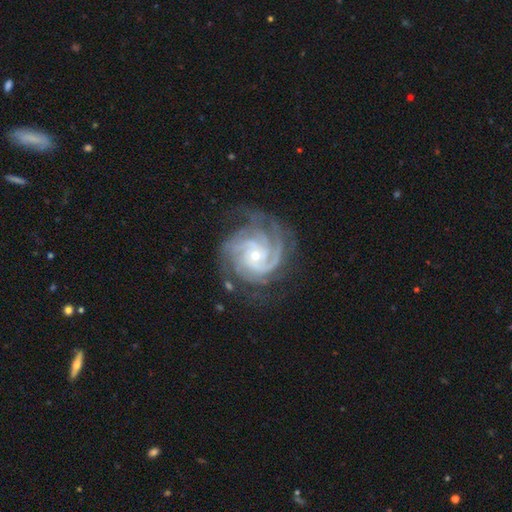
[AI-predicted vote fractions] A featured or disk galaxy (92%) with no bar (70%), 3 (36%) tight (66%) spiral arms (98%) and a small central bulge (62%).

Vote fractions:
- Smooth or featured? featured or disk: 92% / star or artifact: 5% / smooth: 3%
- Edge-on disk? no: 98% / yes: 2%
- Bar? no: 70% / weak: 24% / strong: 7%
- Spiral arms? yes: 98% / no: 2%
- Spiral winding? tight: 66% / medium: 30% / loose: 5%
- Spiral arm count? 3: 36% / 2: 19% / 4: 18% / can't tell: 14% / more than 4: 7% / 1: 6%
- Bulge size? small: 62% / moderate: 35% / large: 2% / none: 1% / dominant: 1%
- Merging? none: 67% / minor disturbance: 19% / major disturbance: 12% / merger: 2%